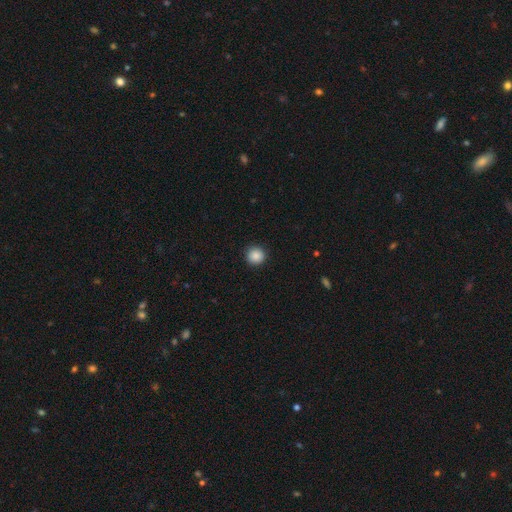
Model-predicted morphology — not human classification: Smooth or featured?
  - smooth: 88% *
  - star or artifact: 9%
  - featured or disk: 3%
How rounded?
  - round: 95% *
  - in between: 4%
  - cigar-shaped: 1%
Merging?
  - none: 92% *
  - minor disturbance: 5%
  - major disturbance: 2%
  - merger: 1%